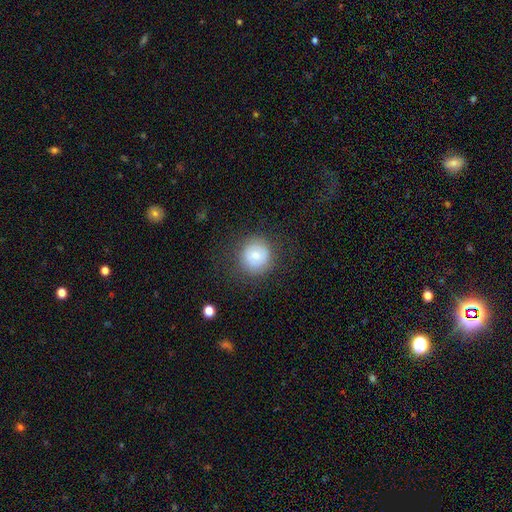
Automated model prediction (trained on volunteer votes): Smooth or featured? Predicted: smooth (p=0.76). How rounded? Predicted: round (p=0.94). Merging? Predicted: none (p=0.83).